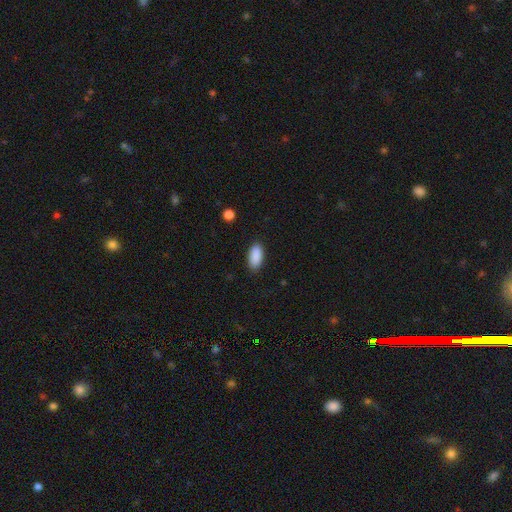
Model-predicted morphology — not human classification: Smooth or featured?
  - smooth: 90% *
  - star or artifact: 7%
  - featured or disk: 3%
How rounded?
  - in between: 91% *
  - cigar-shaped: 7%
  - round: 2%
Merging?
  - none: 87% *
  - minor disturbance: 10%
  - major disturbance: 2%
  - merger: 1%